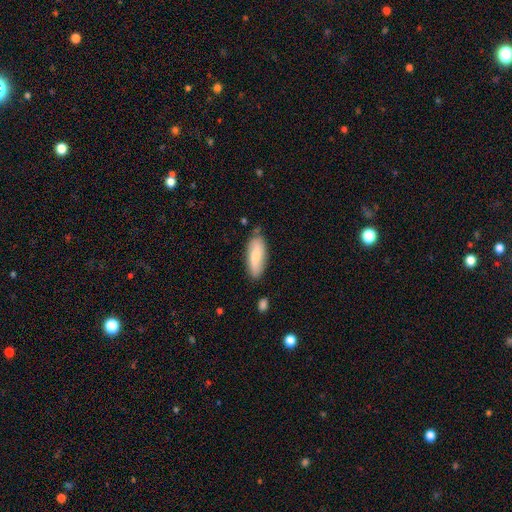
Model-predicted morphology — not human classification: The model was most divided on "how rounded": in between: 68%, cigar-shaped: 30%, round: 2%. More confident: merging — none (75%); smooth or featured — smooth (72%).